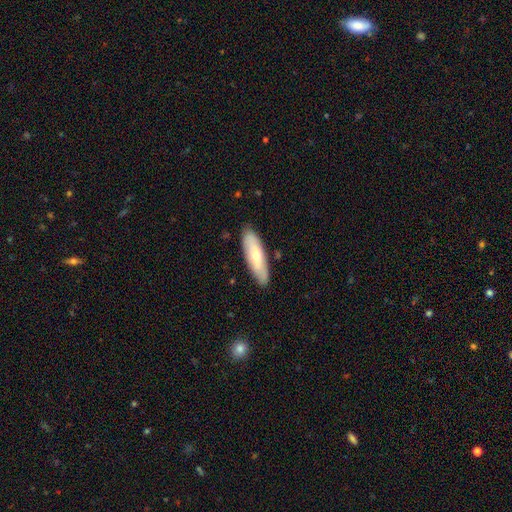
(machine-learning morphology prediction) A smooth galaxy with no disk features (59%) that is cigar-shaped (50%).

Vote fractions:
- Smooth or featured? smooth: 59% / featured or disk: 35% / star or artifact: 6%
- How rounded? cigar-shaped: 50% / in between: 48% / round: 2%
- Merging? none: 86% / minor disturbance: 11% / major disturbance: 2% / merger: 1%